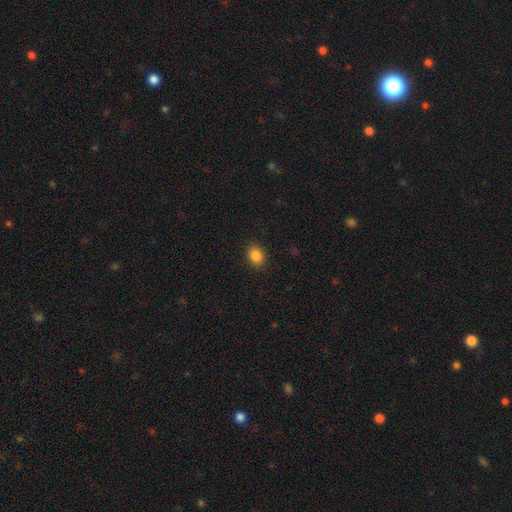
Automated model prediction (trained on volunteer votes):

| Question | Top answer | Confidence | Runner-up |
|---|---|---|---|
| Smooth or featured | smooth | 86% | star or artifact (10%) |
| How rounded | round | 50% | in between (49%) |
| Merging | none | 89% | minor disturbance (7%) |